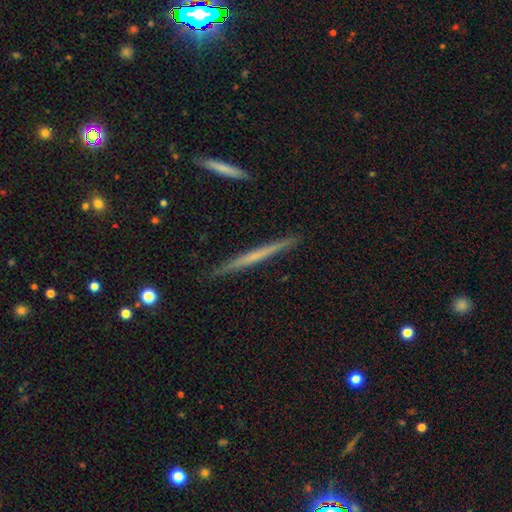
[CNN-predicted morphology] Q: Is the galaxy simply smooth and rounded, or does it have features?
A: featured or disk — 51%.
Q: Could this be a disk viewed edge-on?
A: yes — 98%.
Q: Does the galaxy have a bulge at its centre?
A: none — 90%.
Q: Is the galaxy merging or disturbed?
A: none — 91%.